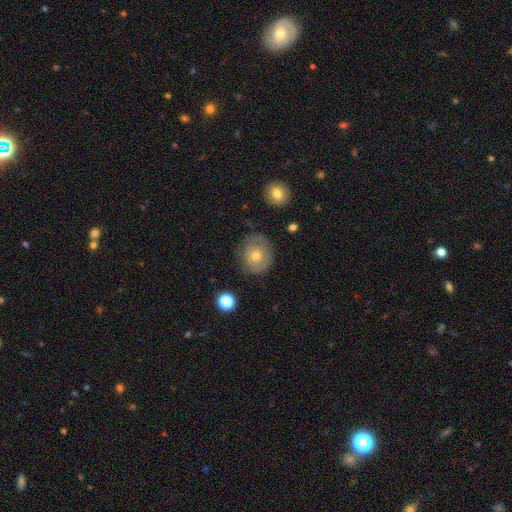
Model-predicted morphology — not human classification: A smooth galaxy with no disk features (64%) that is round (81%). Merging: none (70%).